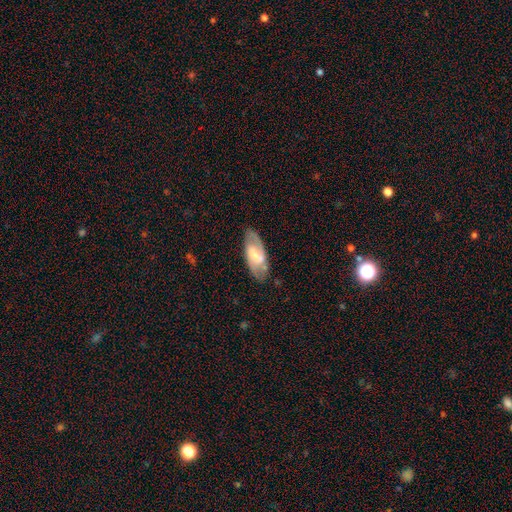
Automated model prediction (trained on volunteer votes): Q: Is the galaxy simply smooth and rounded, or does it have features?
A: featured or disk — 63%.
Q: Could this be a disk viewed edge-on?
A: no — 91%.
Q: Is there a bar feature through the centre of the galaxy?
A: weak — 46%.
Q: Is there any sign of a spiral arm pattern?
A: yes — 79%.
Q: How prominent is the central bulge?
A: small — 44%.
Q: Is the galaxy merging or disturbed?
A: none — 77%.